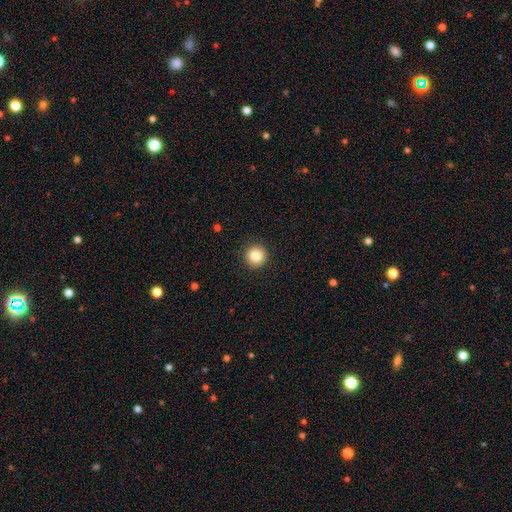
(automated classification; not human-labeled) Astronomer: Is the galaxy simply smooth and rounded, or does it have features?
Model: smooth — 83%.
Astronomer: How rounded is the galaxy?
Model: round — 96%.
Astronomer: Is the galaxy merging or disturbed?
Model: none — 92%.